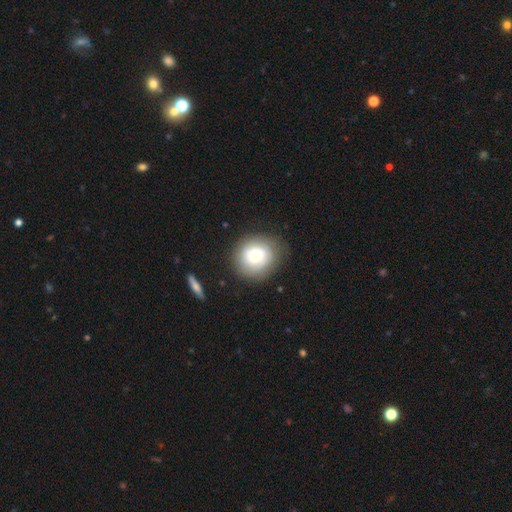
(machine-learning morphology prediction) smooth 63%, featured or disk 28%, star or artifact 9%. Down the decision tree: how rounded — round (82%); merging — none (80%).